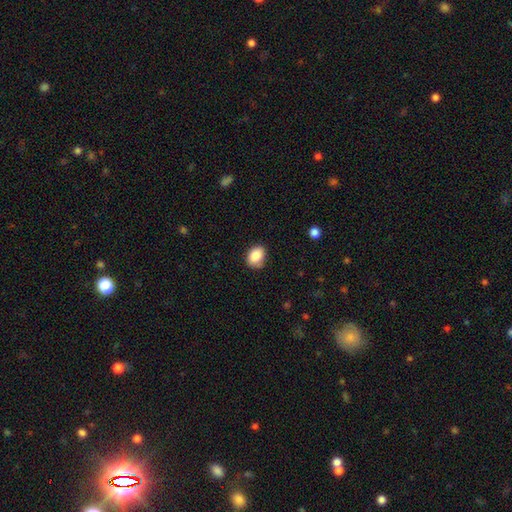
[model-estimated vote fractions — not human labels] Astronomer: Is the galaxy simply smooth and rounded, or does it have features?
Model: smooth — 86%.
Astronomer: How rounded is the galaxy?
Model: in between — 71%.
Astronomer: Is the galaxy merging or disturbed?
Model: none — 76%.